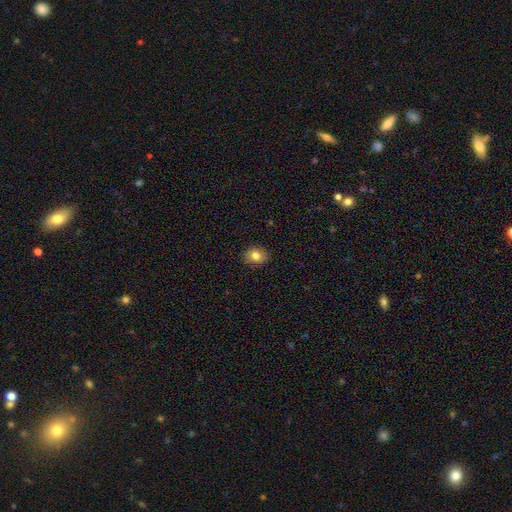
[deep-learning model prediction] Smooth or featured? Predicted: smooth (p=0.80). How rounded? Predicted: round (p=0.54). Merging? Predicted: none (p=0.89).